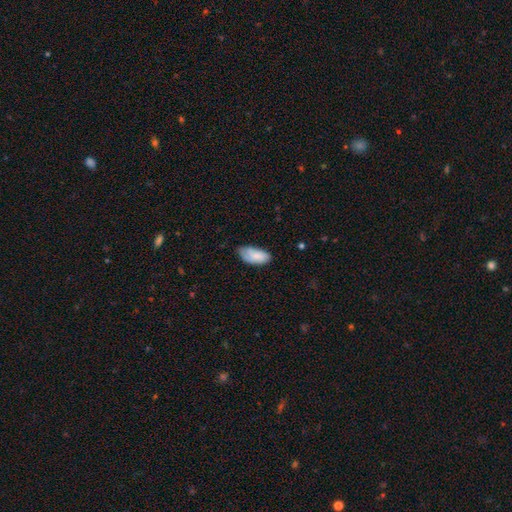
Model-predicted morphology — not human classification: Overall: smooth (80%). How rounded: in between (92%). Merging: none (57%; minor disturbance 34%).